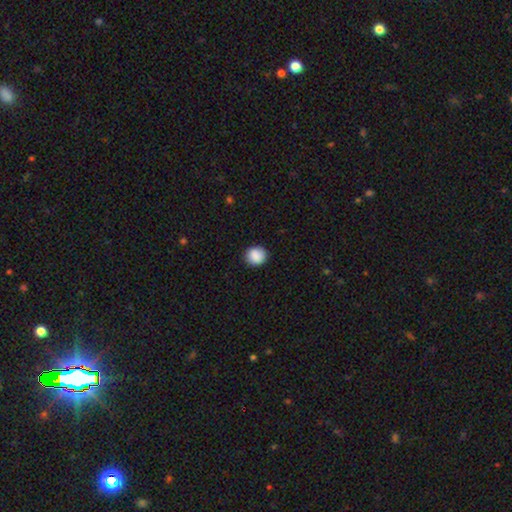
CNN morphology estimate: Smooth or featured: smooth — 89% (star or artifact — 8%)
How rounded: round — 86% (in between — 13%)
Merging: none — 90% (minor disturbance — 7%)